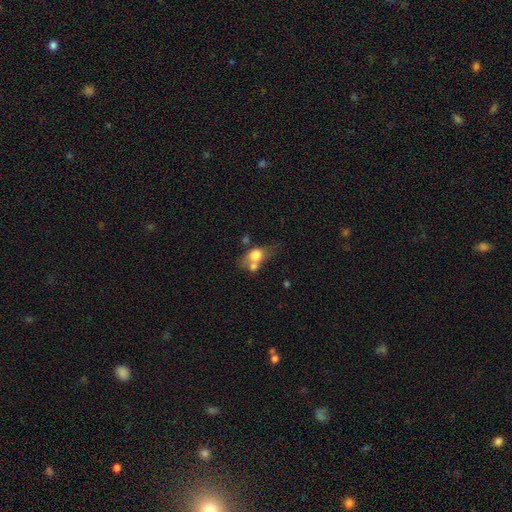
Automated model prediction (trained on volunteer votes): Smooth or featured: smooth — 68% (featured or disk — 23%)
How rounded: in between — 55% (round — 40%)
Merging: merger — 44% (none — 32%)